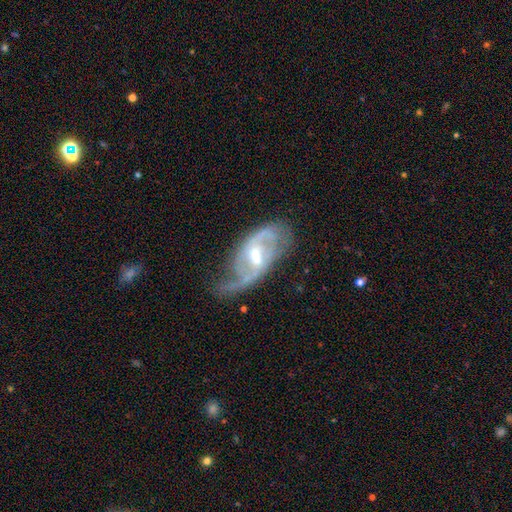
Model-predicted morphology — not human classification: This is clearly a featured or disk galaxy (87%). It is clearly not viewed edge-on (94%). Bar: possibly weak (57%). Spiral arm pattern: clearly yes (94%). Spiral arm count: likely 2 (77%). Spiral winding: possibly medium (47%). Central bulge: likely moderate (65%). Merging: possibly none (59%).